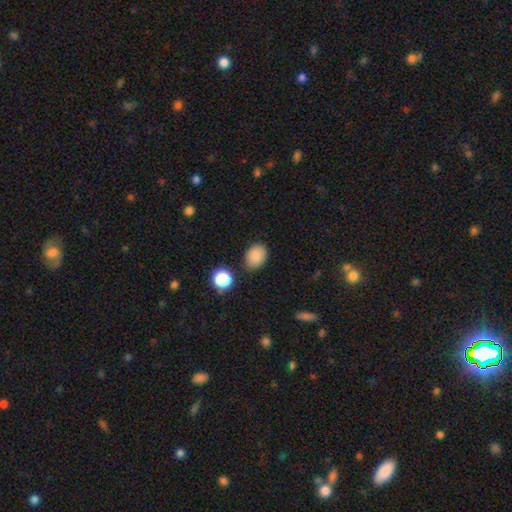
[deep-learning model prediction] Q: Smooth or featured?
A: smooth (85%); runner-up: star or artifact (10%)
Q: How rounded?
A: in between (66%); runner-up: round (33%)
Q: Merging?
A: none (81%); runner-up: minor disturbance (13%)